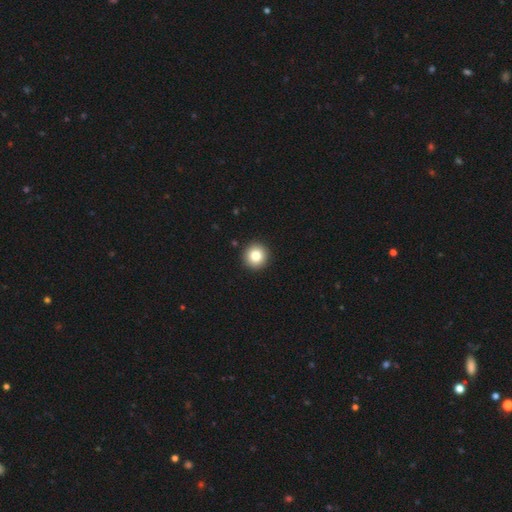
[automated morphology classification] Smooth or featured? smooth (82%)
How rounded? round (95%)
Merging? none (93%)